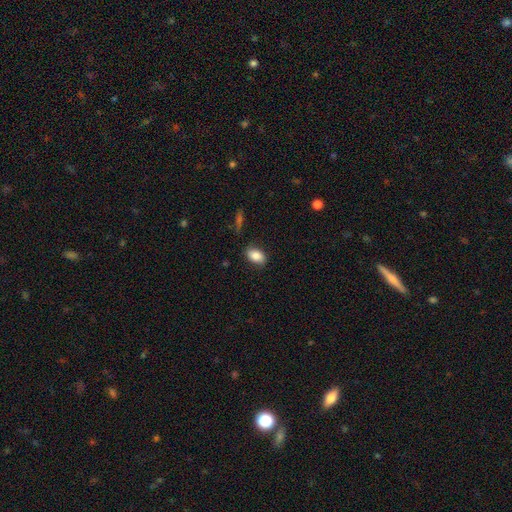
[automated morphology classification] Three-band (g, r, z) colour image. It shows a smooth galaxy with no disk features (84%) that is in between round and cigar-shaped (87%). Merging: none (83%).